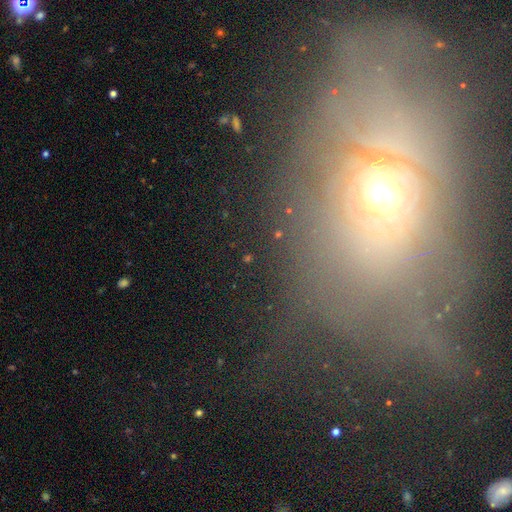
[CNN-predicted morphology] smooth-or-featured: featured or disk: 37% | smooth: 32% | star or artifact: 30%
  merging: major disturbance: 39% | none: 36% | minor disturbance: 17% | merger: 8%